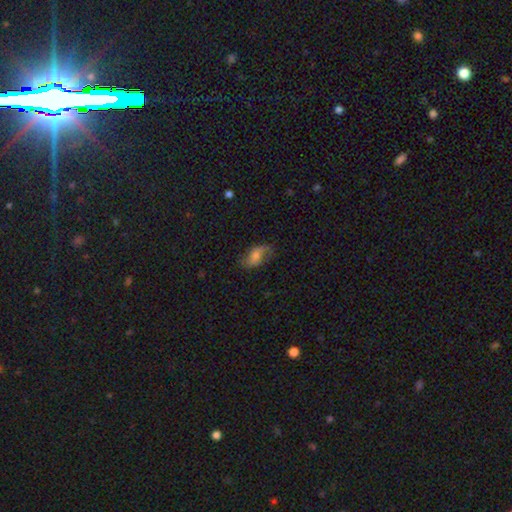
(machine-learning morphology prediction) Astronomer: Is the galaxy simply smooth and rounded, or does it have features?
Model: featured or disk — 47% (runner-up: smooth, 43%).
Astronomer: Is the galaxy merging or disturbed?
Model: none — 66%.